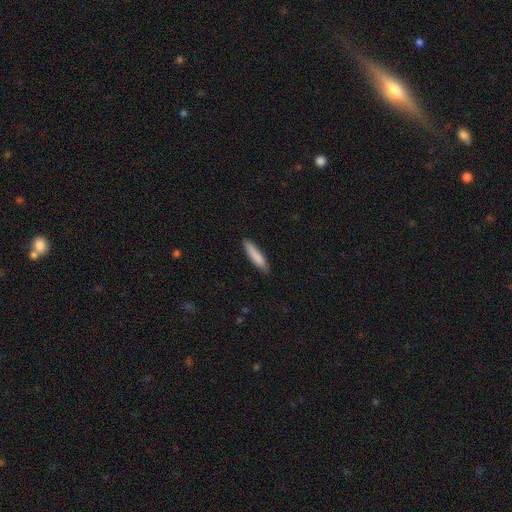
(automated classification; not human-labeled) This is clearly a smooth galaxy (86%). How rounded: clearly cigar-shaped (81%). Merging: clearly none (85%).